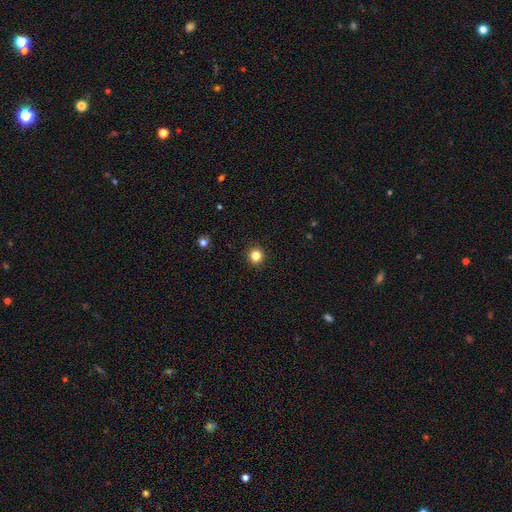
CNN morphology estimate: Smooth or featured?
  - smooth: 83% *
  - star or artifact: 13%
  - featured or disk: 5%
How rounded?
  - round: 93% *
  - in between: 6%
  - cigar-shaped: 1%
Merging?
  - none: 93% *
  - minor disturbance: 5%
  - major disturbance: 2%
  - merger: 1%